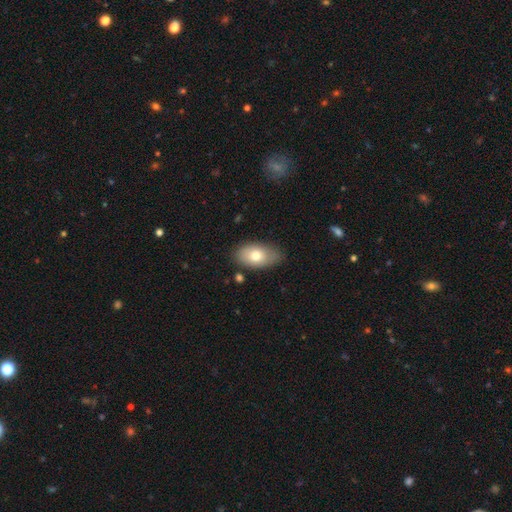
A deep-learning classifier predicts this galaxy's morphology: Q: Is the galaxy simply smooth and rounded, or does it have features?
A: smooth — 75%.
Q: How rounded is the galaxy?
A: in between — 92%.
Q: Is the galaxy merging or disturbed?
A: none — 79%.